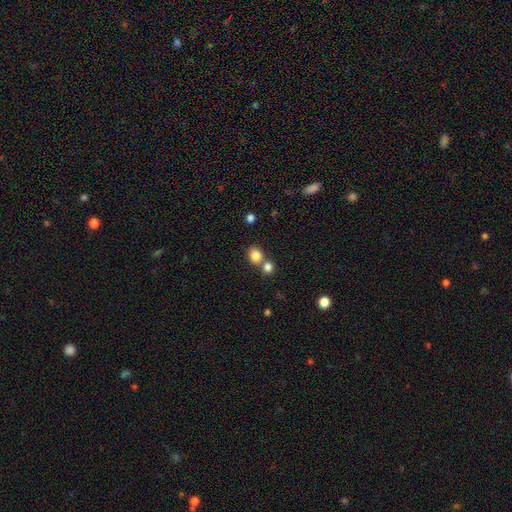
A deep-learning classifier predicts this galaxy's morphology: smooth_or_featured: smooth (p=0.83) [alt: star or artifact p=0.10]
how_rounded: round (p=0.65) [alt: in between p=0.34]
merging: none (p=0.52) [alt: merger p=0.38]